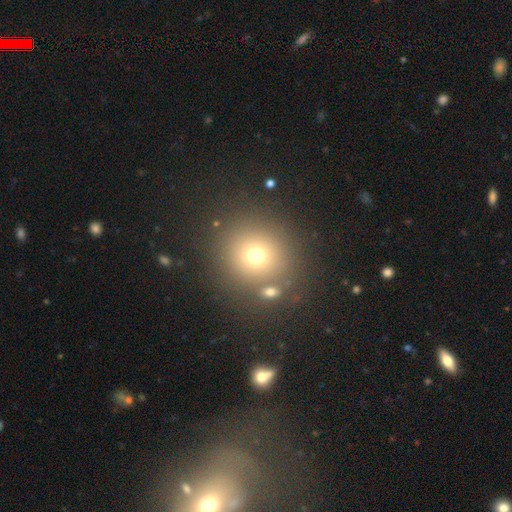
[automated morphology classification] Smooth or featured: smooth — 69% (star or artifact — 20%)
How rounded: round — 91% (in between — 8%)
Merging: none — 80% (merger — 8%)